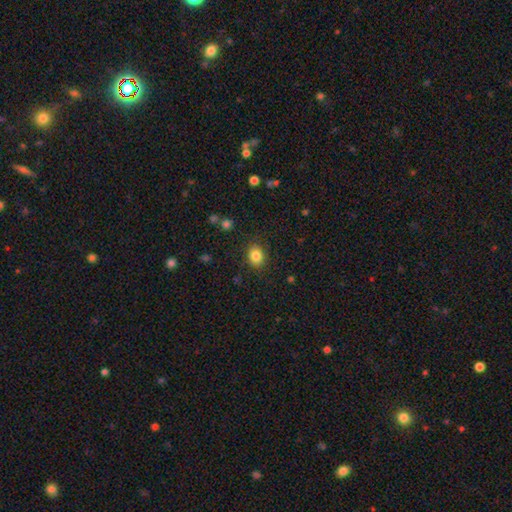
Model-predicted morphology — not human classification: This is clearly a smooth galaxy (84%). How rounded: possibly round (58%). Merging: clearly none (85%).